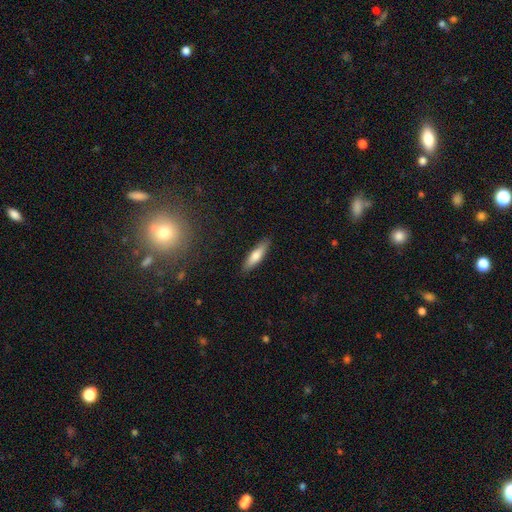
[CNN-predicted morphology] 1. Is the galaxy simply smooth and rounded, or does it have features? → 73% smooth, 21% featured or disk, 6% star or artifact.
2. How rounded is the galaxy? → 65% cigar-shaped, 33% in between, 2% round.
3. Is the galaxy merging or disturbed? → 88% none, 9% minor disturbance, 2% major disturbance, 1% merger.